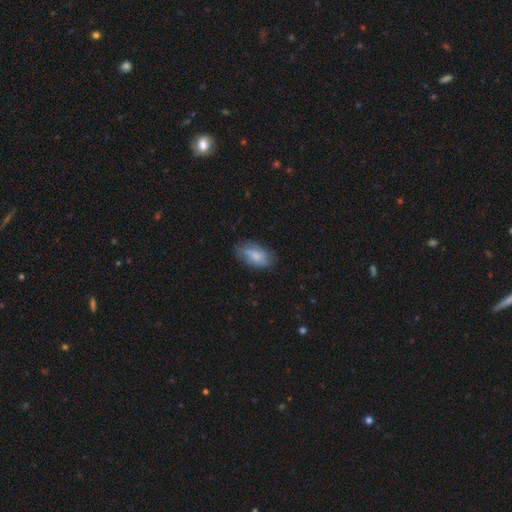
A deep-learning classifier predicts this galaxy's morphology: Overall: smooth (72%). How rounded: in between (92%). Merging: none (70%).